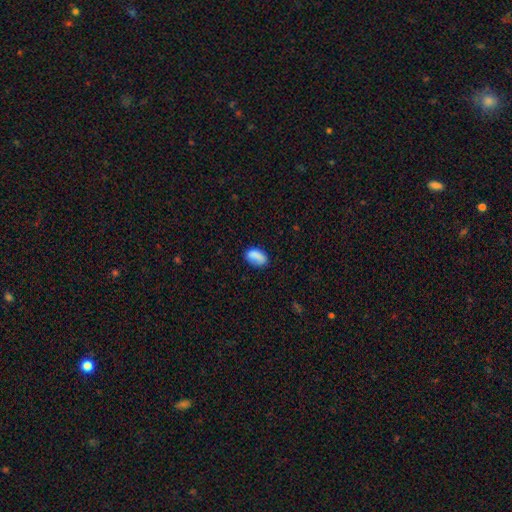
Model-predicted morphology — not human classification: This is clearly a smooth galaxy (83%). How rounded: clearly in between (89%). Merging: likely none (68%).